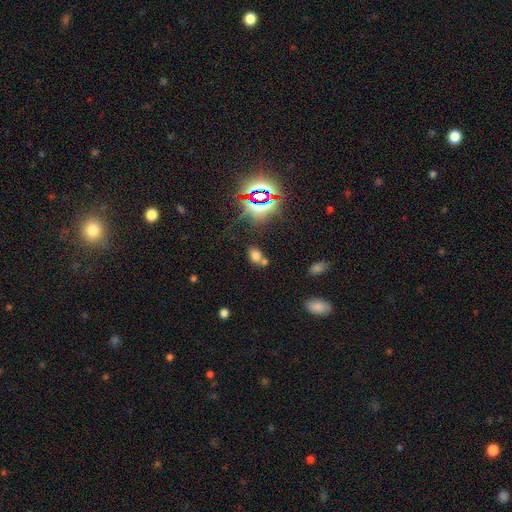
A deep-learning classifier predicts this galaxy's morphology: smooth-or-featured: smooth: 63% | star or artifact: 26% | featured or disk: 11%
  how-rounded: in between: 77% | round: 21% | cigar-shaped: 2%
  merging: none: 49% | merger: 33% | minor disturbance: 12% | major disturbance: 5%